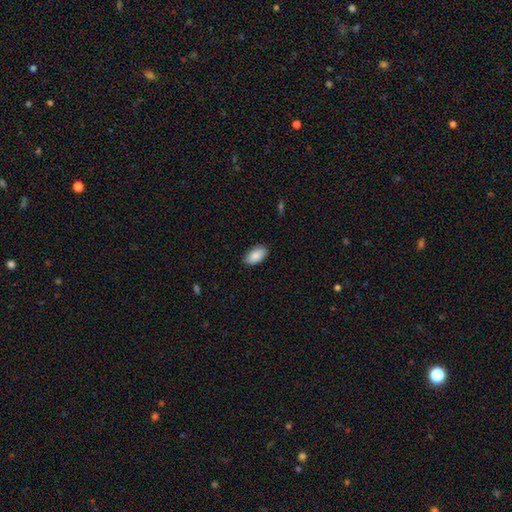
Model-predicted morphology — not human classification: Smooth or featured: smooth — 88% (star or artifact — 6%)
How rounded: in between — 95% (cigar-shaped — 3%)
Merging: none — 86% (minor disturbance — 11%)